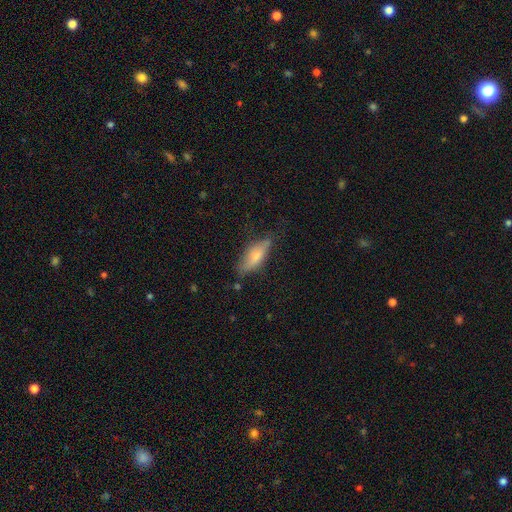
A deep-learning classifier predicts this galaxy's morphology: smooth_or_featured: smooth (p=0.62) [alt: featured or disk p=0.31]
how_rounded: in between (p=0.60) [alt: cigar-shaped p=0.38]
merging: none (p=0.68) [alt: minor disturbance p=0.24]